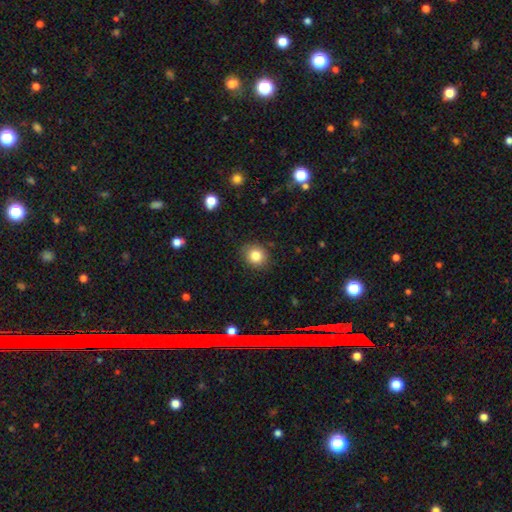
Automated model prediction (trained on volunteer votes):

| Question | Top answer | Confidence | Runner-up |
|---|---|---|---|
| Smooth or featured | smooth | 82% | star or artifact (11%) |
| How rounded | round | 82% | in between (17%) |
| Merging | none | 86% | minor disturbance (11%) |